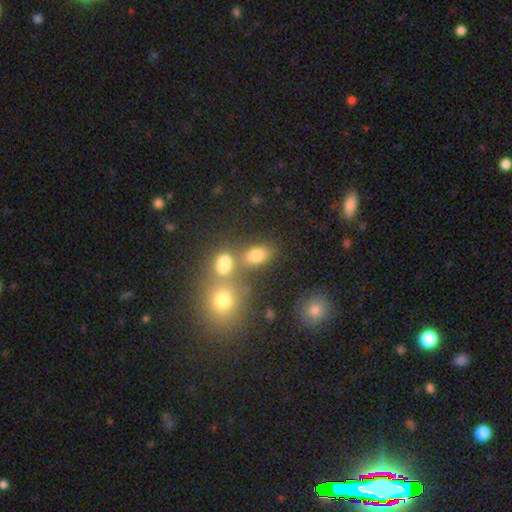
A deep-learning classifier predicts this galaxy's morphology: This appears to be a smooth galaxy with no disk features (62%) that is in between round and cigar-shaped (58%). Merging: none (52%).